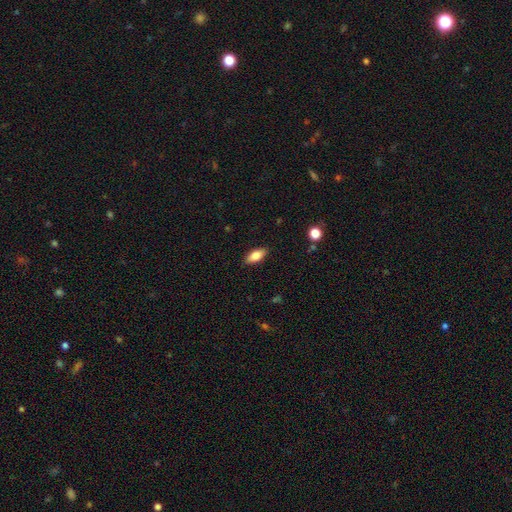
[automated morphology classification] smooth-or-featured: smooth: 81% | featured or disk: 12% | star or artifact: 7%
  how-rounded: in between: 85% | cigar-shaped: 13% | round: 3%
  merging: none: 88% | minor disturbance: 9% | major disturbance: 2% | merger: 1%